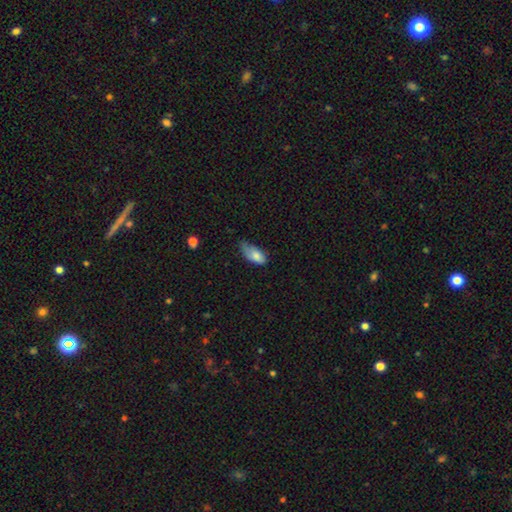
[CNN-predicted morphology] Smooth or featured: smooth — 79% (featured or disk — 14%)
How rounded: in between — 88% (cigar-shaped — 9%)
Merging: minor disturbance — 48% (none — 28%)